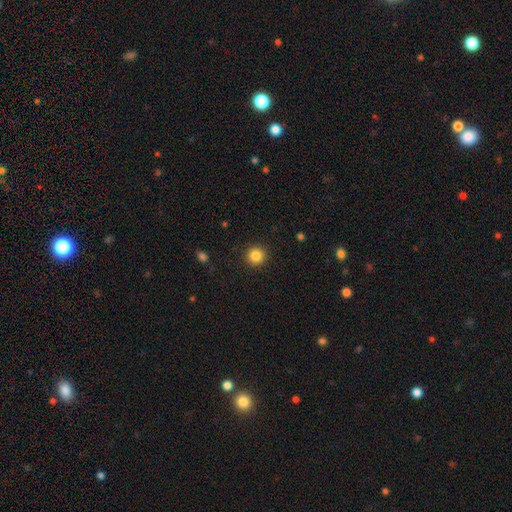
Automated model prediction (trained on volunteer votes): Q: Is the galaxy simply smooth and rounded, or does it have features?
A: smooth — 85%.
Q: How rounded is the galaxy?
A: round — 95%.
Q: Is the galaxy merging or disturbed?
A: none — 92%.